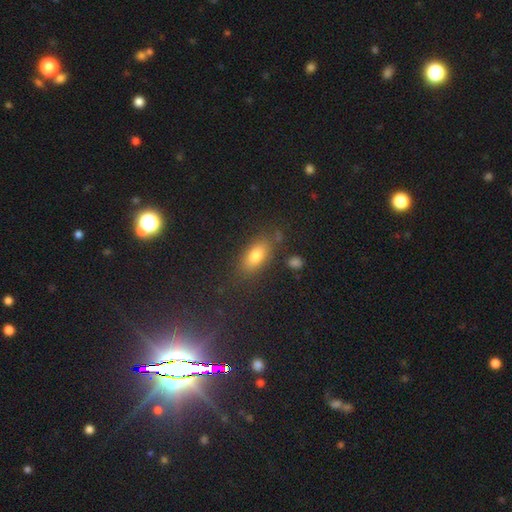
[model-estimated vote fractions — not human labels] smooth-or-featured: smooth: 75% | star or artifact: 12% | featured or disk: 12%
  how-rounded: in between: 83% | cigar-shaped: 11% | round: 6%
  merging: none: 78% | minor disturbance: 14% | merger: 4% | major disturbance: 4%